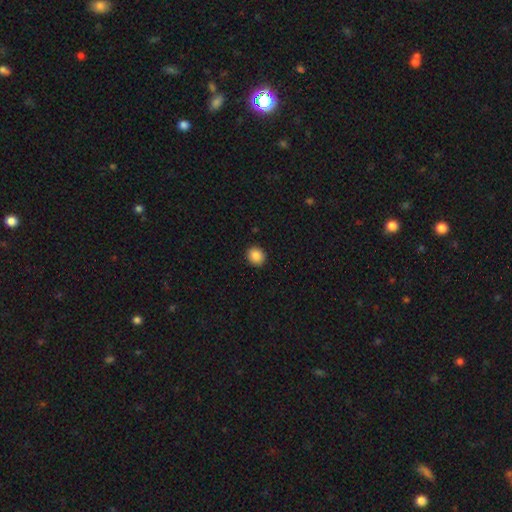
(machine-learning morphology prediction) smooth 87%, star or artifact 9%, featured or disk 4%. Down the decision tree: how rounded — round (83%); merging — none (92%).